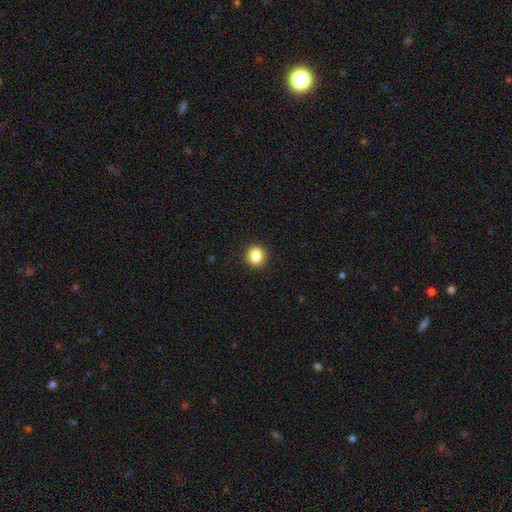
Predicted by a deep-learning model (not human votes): Morphology: type=smooth (85%); roundness=round (84%); merging=none (92%).